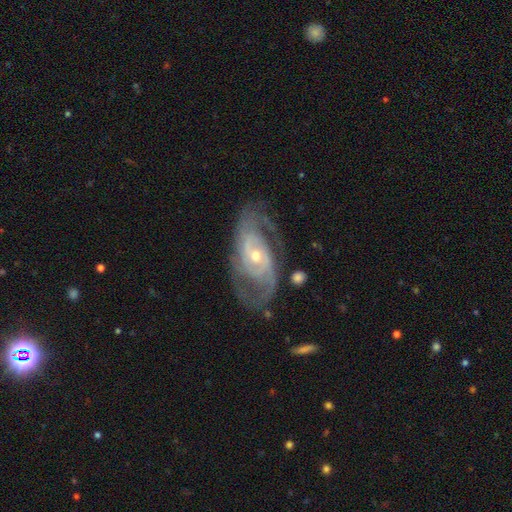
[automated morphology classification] A featured or disk galaxy (88%) with no bar (57%), 2 (67%) medium (45%) spiral arms (95%) and a small central bulge (52%). Merging: none (69%).